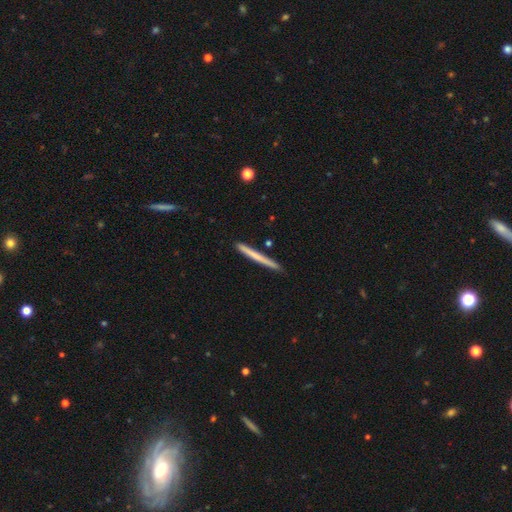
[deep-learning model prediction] smooth-or-featured: smooth: 59% | featured or disk: 35% | star or artifact: 5%
  how-rounded: cigar-shaped: 97% | in between: 1% | round: 1%
  merging: none: 90% | minor disturbance: 7% | merger: 1% | major disturbance: 1%